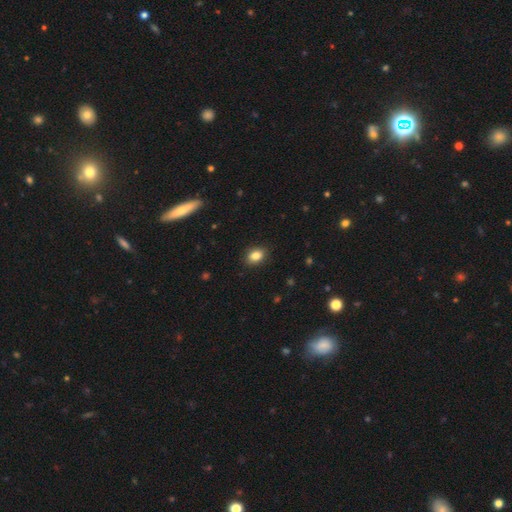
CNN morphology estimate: Smooth or featured? smooth (85%)
How rounded? in between (71%)
Merging? none (88%)